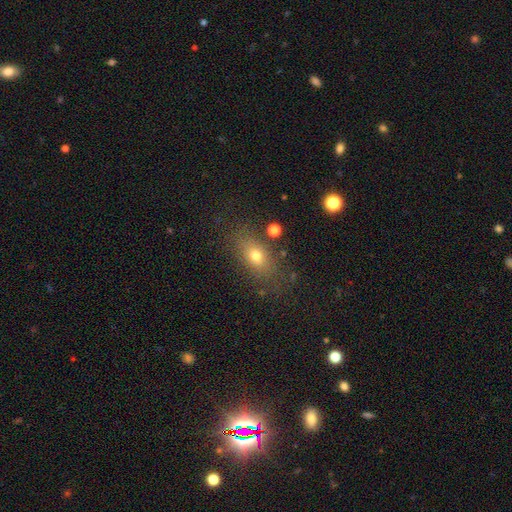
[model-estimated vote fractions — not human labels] smooth 70%, featured or disk 16%, star or artifact 13%. Down the decision tree: how rounded — in between (75%); merging — none (77%).